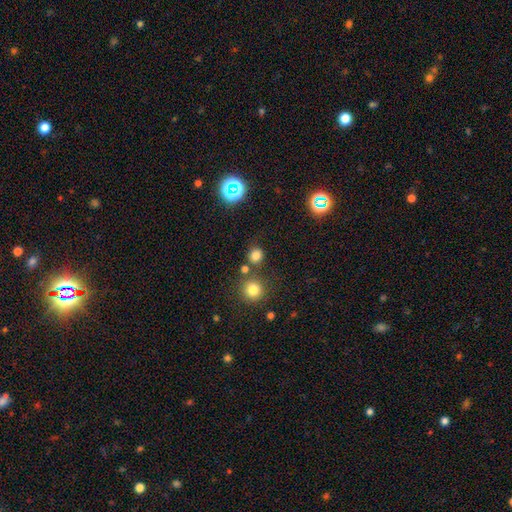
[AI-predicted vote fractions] Overall: smooth (75%). How rounded: round (84%). Merging: none (75%).